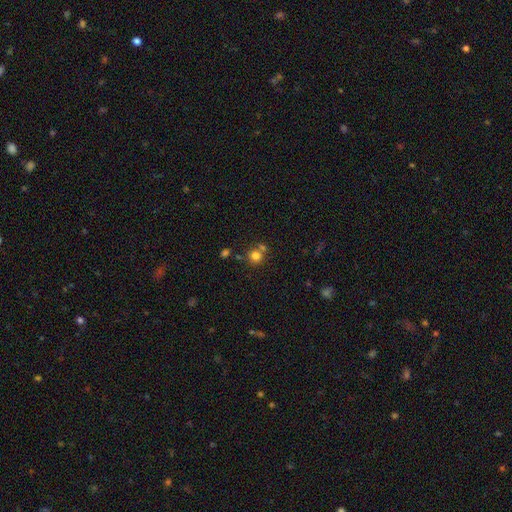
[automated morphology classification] Overall: smooth (78%). How rounded: round (90%). Merging: none (65%).